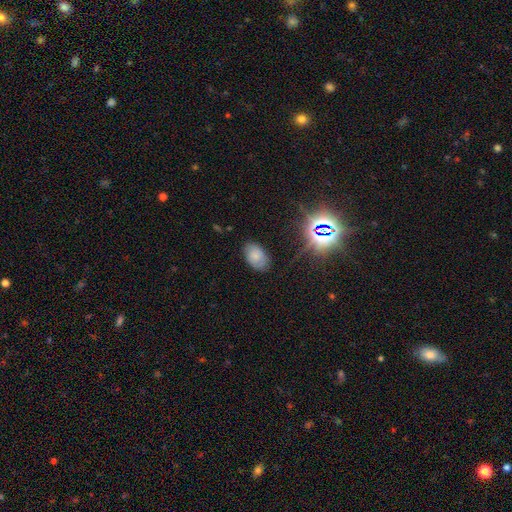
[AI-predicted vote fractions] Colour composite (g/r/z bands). It shows a smooth galaxy with no disk features (65%) that is in between round and cigar-shaped (89%). Merging: none (78%).